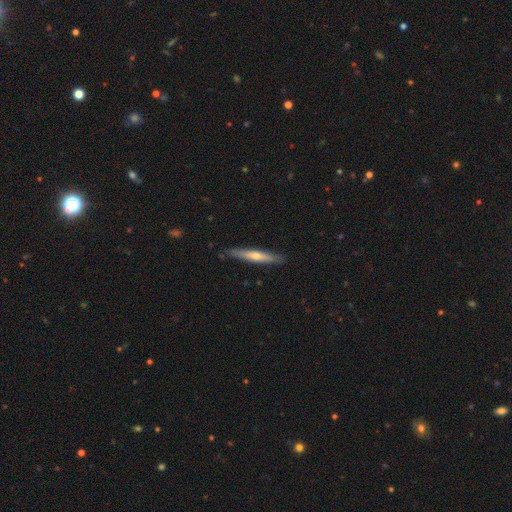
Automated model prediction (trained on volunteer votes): Smooth or featured?
  - featured or disk: 58% *
  - smooth: 36%
  - star or artifact: 6%
Edge-on disk?
  - yes: 94% *
  - no: 6%
Edge-on bulge?
  - rounded: 75% *
  - none: 22%
  - boxy: 3%
Merging?
  - none: 87% *
  - minor disturbance: 10%
  - major disturbance: 2%
  - merger: 1%